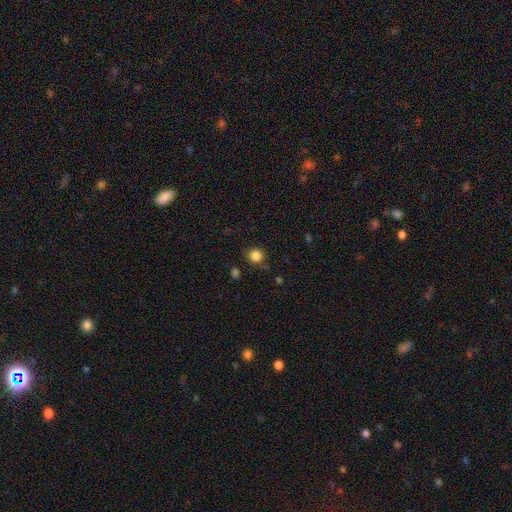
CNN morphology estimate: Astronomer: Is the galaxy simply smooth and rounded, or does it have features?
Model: smooth — 84%.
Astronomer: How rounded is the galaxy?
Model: round — 87%.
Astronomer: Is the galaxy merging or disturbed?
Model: none — 82%.